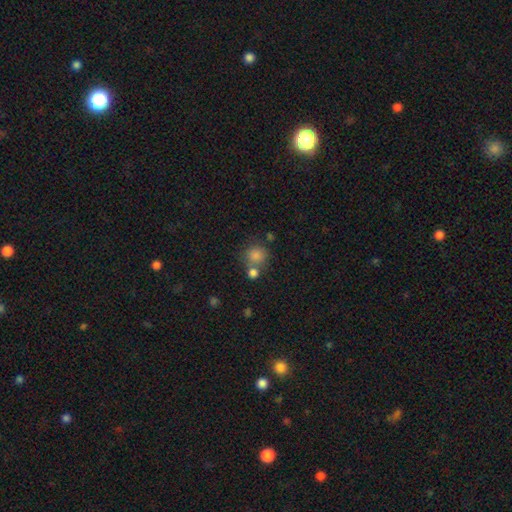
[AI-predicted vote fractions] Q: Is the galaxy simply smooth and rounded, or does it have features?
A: smooth — 82%.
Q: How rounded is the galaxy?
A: round — 86%.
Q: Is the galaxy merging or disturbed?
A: none — 59%.